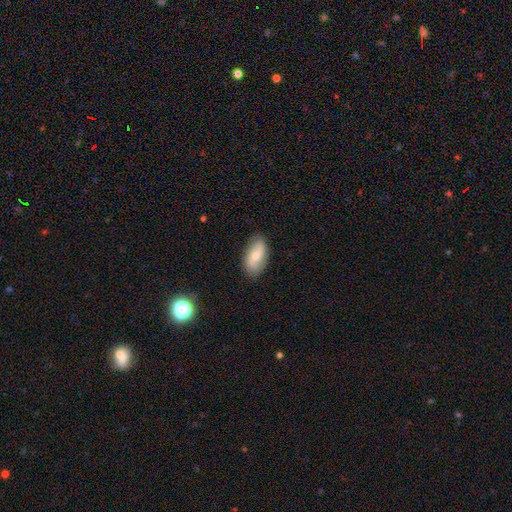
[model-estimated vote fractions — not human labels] Smooth or featured?
  - smooth: 47% * (tied)
  - featured or disk: 47% * (tied)
  - star or artifact: 6%
Merging?
  - none: 84% *
  - minor disturbance: 12%
  - major disturbance: 2%
  - merger: 1%